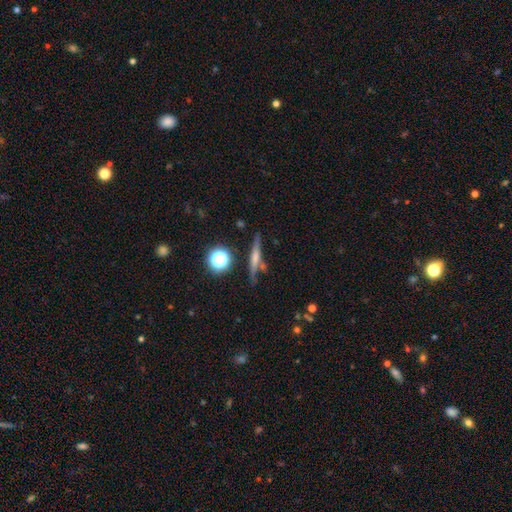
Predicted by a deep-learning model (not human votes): Smooth or featured: featured or disk — 65% (smooth — 22%)
Edge-on disk: yes — 95% (no — 5%)
Edge-on bulge: rounded — 69% (none — 21%)
Merging: none — 83% (minor disturbance — 10%)